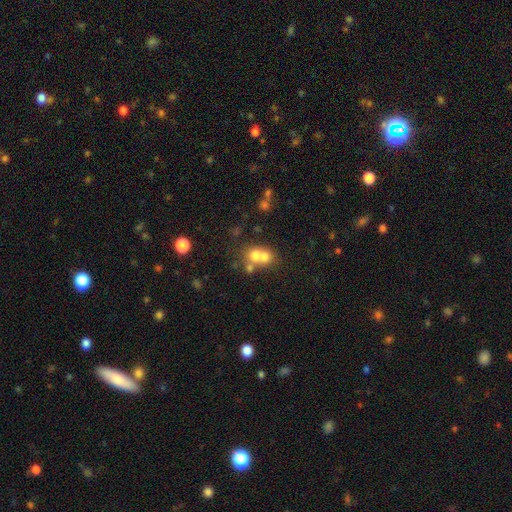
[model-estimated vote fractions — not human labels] This appears to be a smooth galaxy with no disk features (65%) that is round (75%). Merging: merger (62%).